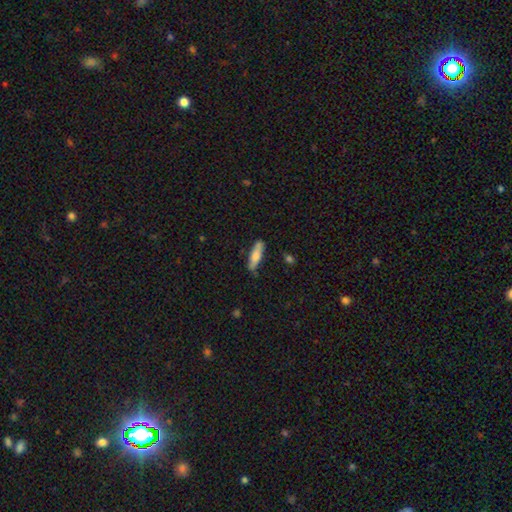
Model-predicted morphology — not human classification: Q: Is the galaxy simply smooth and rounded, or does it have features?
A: smooth — 71%.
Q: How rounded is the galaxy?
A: cigar-shaped — 67%.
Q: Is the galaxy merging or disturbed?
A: none — 80%.